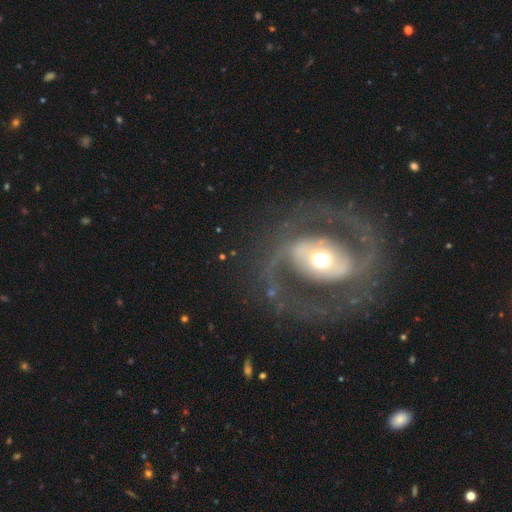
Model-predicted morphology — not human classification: type=featured or disk (87%); edge-on=no (97%); bar=strong (38%); spiral arms=yes (86%); winding=medium (51%); arm count=2 (90%); bulge=moderate (61%); merging=none (80%).